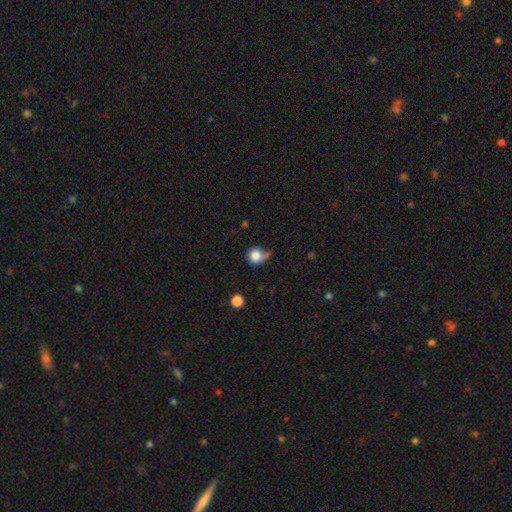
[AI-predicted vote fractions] smooth 82%, featured or disk 9%, star or artifact 9%. Down the decision tree: how rounded — round (87%); merging — none (45%).